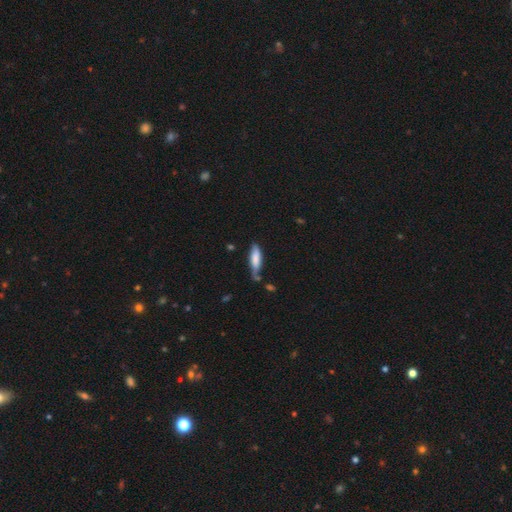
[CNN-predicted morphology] The model was most divided on "how rounded": cigar-shaped: 58%, in between: 41%, round: 2%. More confident: smooth or featured — smooth (72%); merging — none (56%).